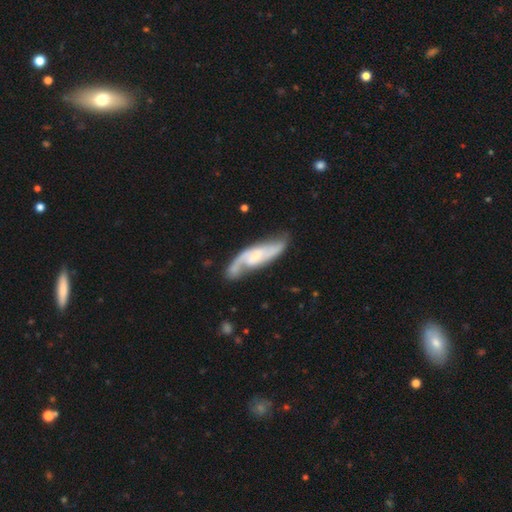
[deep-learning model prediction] A featured or disk galaxy (82%) with no bar (47%), 2 (86%) medium (48%) spiral arms (96%) and a small central bulge (48%).

Vote fractions:
- Smooth or featured? featured or disk: 82% / smooth: 13% / star or artifact: 5%
- Edge-on disk? no: 88% / yes: 12%
- Bar? no: 47% / weak: 38% / strong: 15%
- Spiral arms? yes: 96% / no: 4%
- Spiral winding? medium: 48% / loose: 31% / tight: 21%
- Spiral arm count? 2: 86% / can't tell: 5% / 1: 4% / 3: 2% / 4: 1% / more than 4: 1%
- Bulge size? small: 48% / moderate: 31% / none: 14% / large: 5% / dominant: 1%
- Merging? none: 70% / minor disturbance: 19% / major disturbance: 7% / merger: 3%